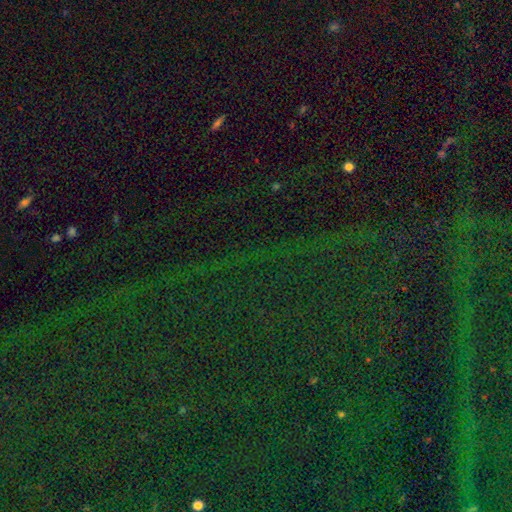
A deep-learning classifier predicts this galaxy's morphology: Smooth or featured? star or artifact (86%)